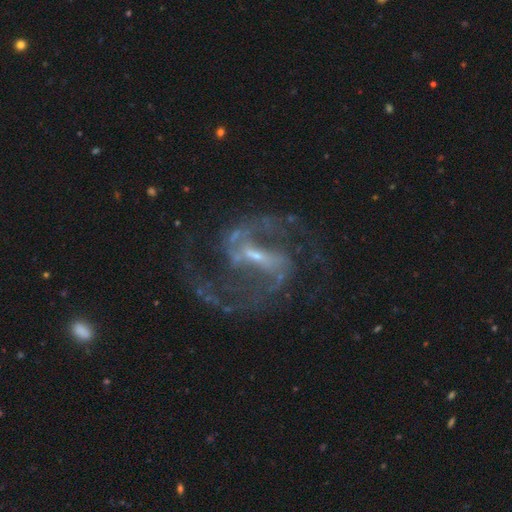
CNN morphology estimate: smooth_or_featured: featured or disk (p=0.92) [alt: star or artifact p=0.05]
disk_edge_on: no (p=0.98) [alt: yes p=0.02]
bar: strong (p=0.49) [alt: weak p=0.39]
has_spiral_arms: yes (p=0.98) [alt: no p=0.02]
spiral_winding: medium (p=0.62) [alt: loose p=0.25]
spiral_arm_count: 2 (p=0.89) [alt: 3 p=0.03]
bulge_size: small (p=0.70) [alt: moderate p=0.19]
merging: none (p=0.71) [alt: minor disturbance p=0.14]